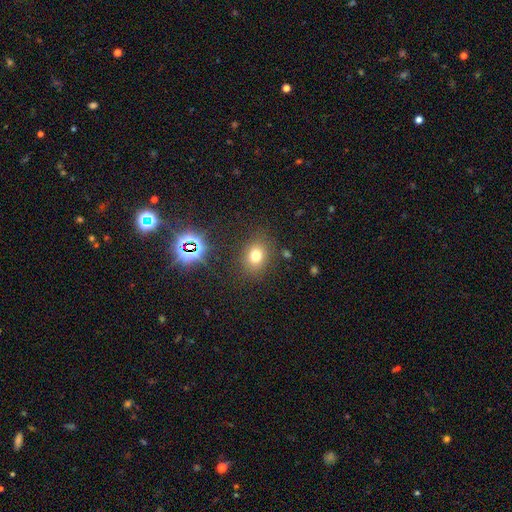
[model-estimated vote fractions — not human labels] smooth-or-featured: smooth: 70% | star or artifact: 20% | featured or disk: 10%
  how-rounded: round: 51% | in between: 48% | cigar-shaped: 1%
  merging: none: 83% | minor disturbance: 10% | major disturbance: 5% | merger: 2%